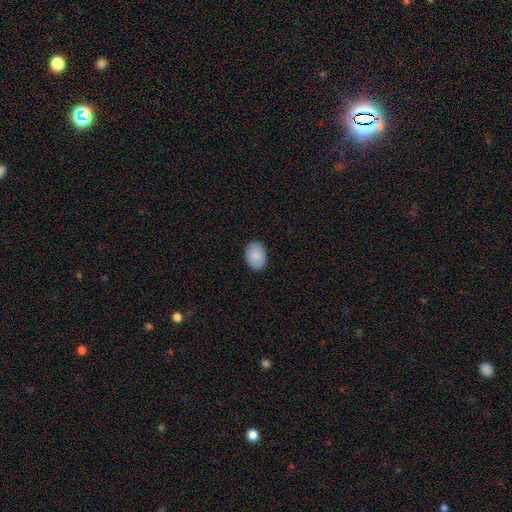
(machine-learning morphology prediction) Smooth or featured? smooth (88%)
How rounded? in between (78%)
Merging? none (88%)